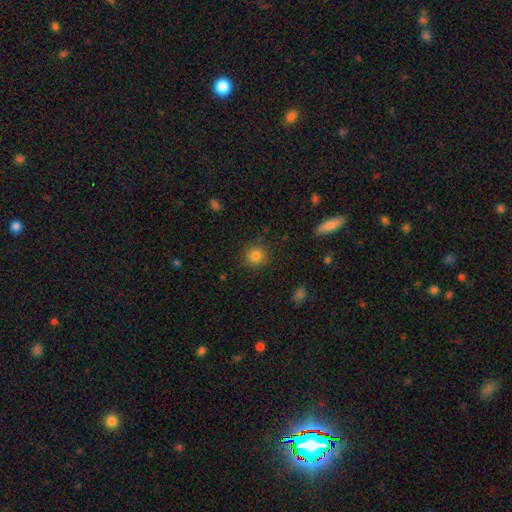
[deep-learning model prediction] Overall: smooth (84%). How rounded: round (92%). Merging: none (87%).